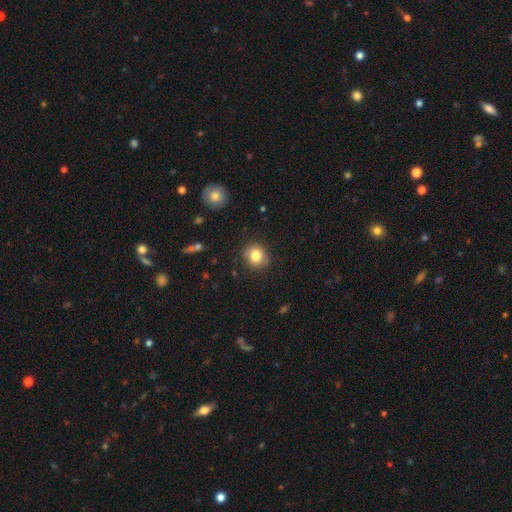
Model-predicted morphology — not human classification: A smooth galaxy with no disk features (81%) that is round (83%). Merging: none (86%).